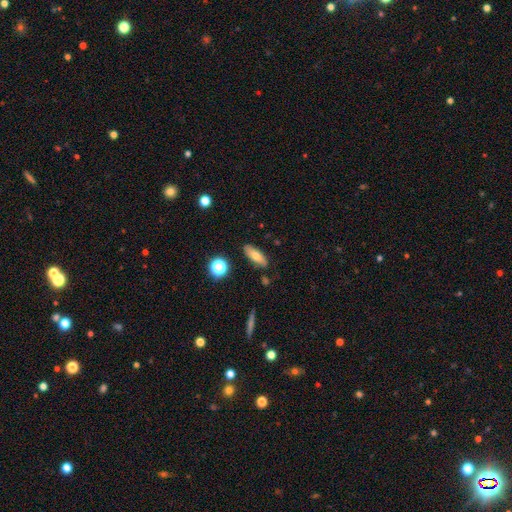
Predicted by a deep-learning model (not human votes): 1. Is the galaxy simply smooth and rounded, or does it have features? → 72% smooth, 19% featured or disk, 9% star or artifact.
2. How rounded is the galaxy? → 68% in between, 28% cigar-shaped, 4% round.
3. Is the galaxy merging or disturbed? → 83% none, 11% minor disturbance, 3% merger, 2% major disturbance.